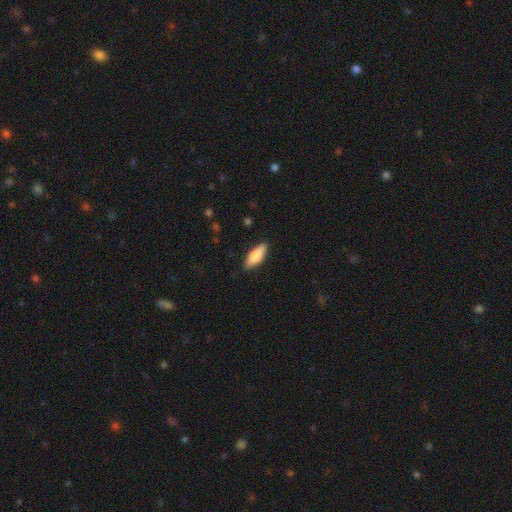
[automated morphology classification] A smooth galaxy with no disk features (66%) that is in between round and cigar-shaped (67%). Merging: none (86%).